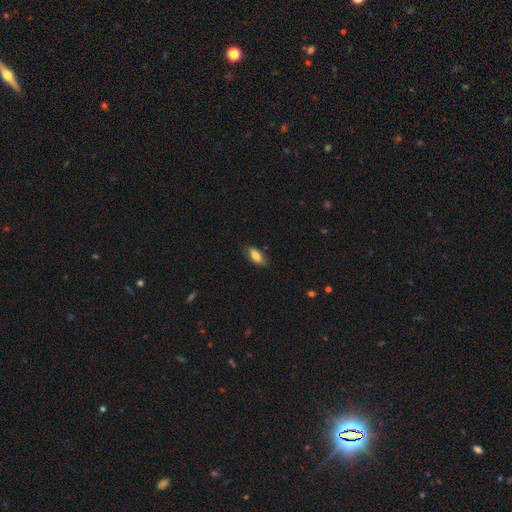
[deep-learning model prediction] This appears to be a smooth galaxy with no disk features (80%) that is in between round and cigar-shaped (84%). Merging: none (78%).